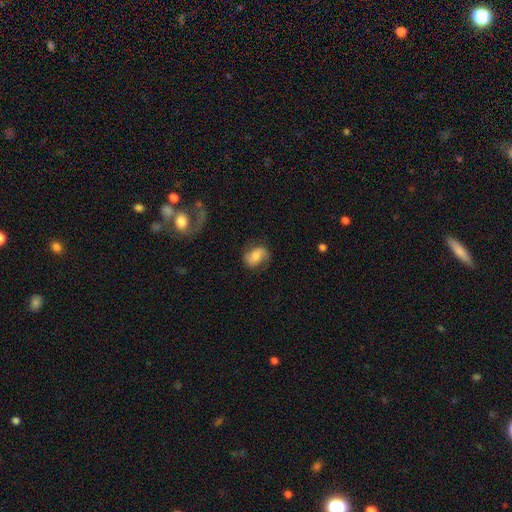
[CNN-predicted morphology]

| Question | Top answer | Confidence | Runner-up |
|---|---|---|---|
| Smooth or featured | featured or disk | 55% | smooth (37%) |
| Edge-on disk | no | 97% | yes (3%) |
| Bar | no | 52% | weak (36%) |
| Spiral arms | yes | 90% | no (10%) |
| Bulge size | moderate | 53% | small (23%) |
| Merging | none | 71% | minor disturbance (19%) |